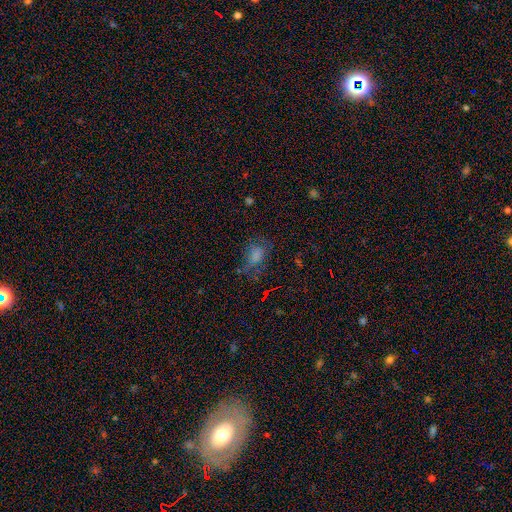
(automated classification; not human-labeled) Smooth or featured?
  - smooth: 67% *
  - star or artifact: 17%
  - featured or disk: 15%
How rounded?
  - in between: 77% *
  - round: 21%
  - cigar-shaped: 2%
Merging?
  - none: 45% *
  - minor disturbance: 27%
  - major disturbance: 24%
  - merger: 4%